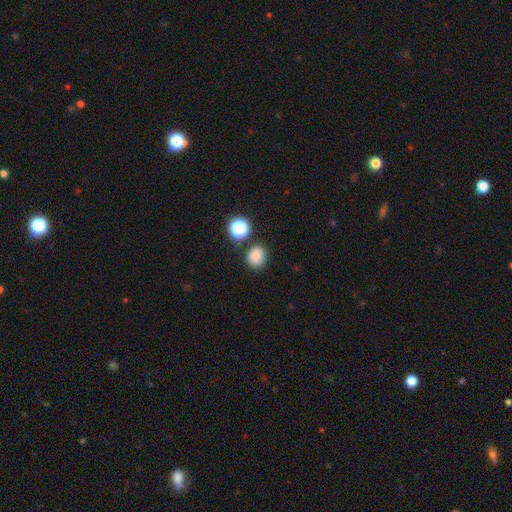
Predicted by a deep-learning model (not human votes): Smooth or featured: smooth — 81% (star or artifact — 14%)
How rounded: round — 69% (in between — 30%)
Merging: none — 81% (minor disturbance — 10%)